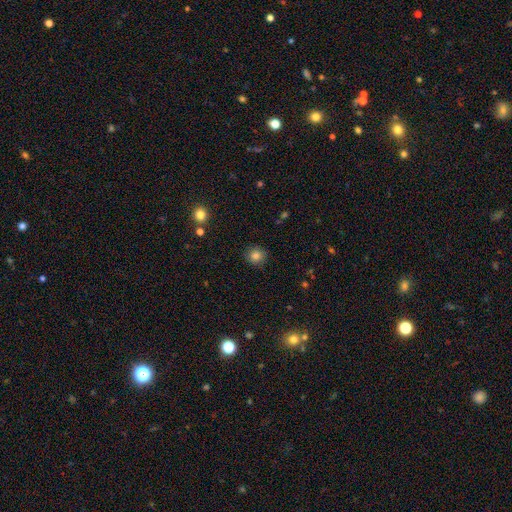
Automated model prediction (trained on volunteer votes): The model was most divided on "smooth or featured": smooth: 82%, star or artifact: 12%, featured or disk: 6%. More confident: how rounded — round (91%); merging — none (90%).